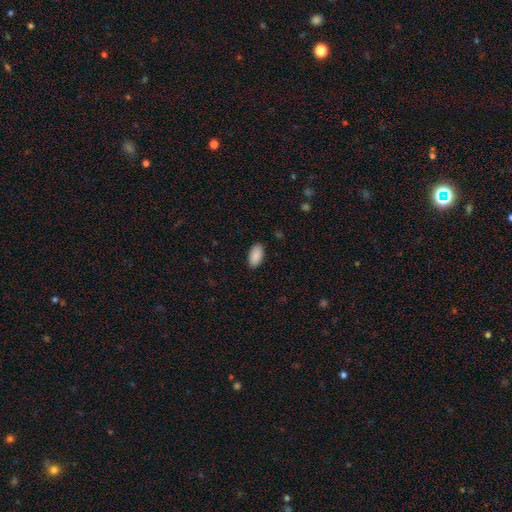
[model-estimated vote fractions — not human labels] smooth-or-featured: smooth: 91% | star or artifact: 6% | featured or disk: 3%
  how-rounded: in between: 95% | cigar-shaped: 3% | round: 2%
  merging: none: 89% | minor disturbance: 8% | major disturbance: 2% | merger: 1%